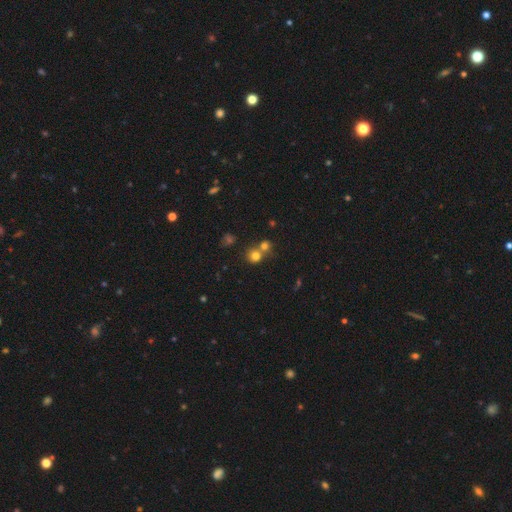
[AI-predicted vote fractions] A smooth galaxy with no disk features (73%) that is round (87%).

Vote fractions:
- Smooth or featured? smooth: 73% / star or artifact: 18% / featured or disk: 9%
- How rounded? round: 87% / in between: 12% / cigar-shaped: 1%
- Merging? none: 52% / merger: 38% / minor disturbance: 7% / major disturbance: 3%